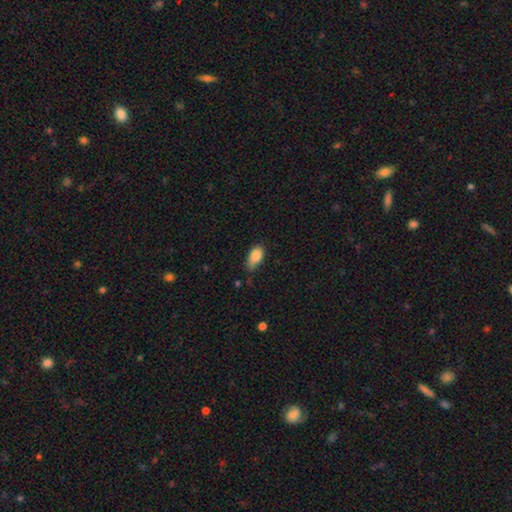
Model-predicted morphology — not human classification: Smooth or featured? Predicted: smooth (p=0.86). How rounded? Predicted: in between (p=0.88). Merging? Predicted: minor disturbance (p=0.45).